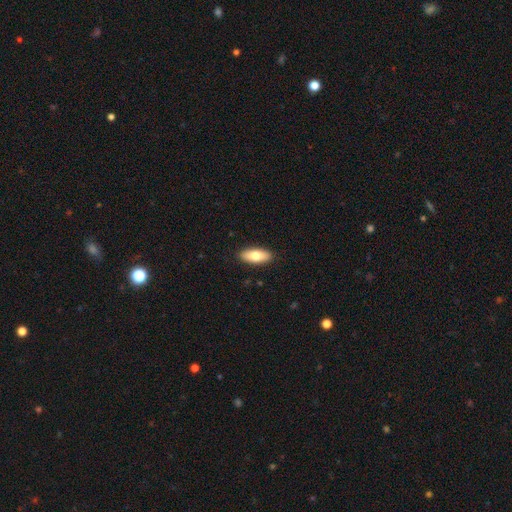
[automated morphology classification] Overall: smooth (74%). How rounded: in between (82%). Merging: none (90%).